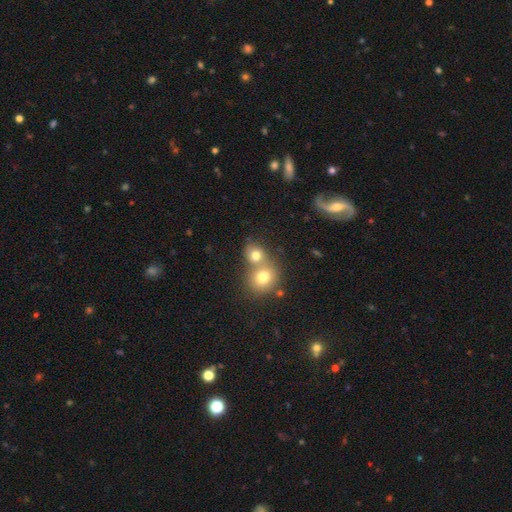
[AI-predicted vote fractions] This appears to be a smooth galaxy with no disk features (75%) that is round (69%). Merging: merger (57%).